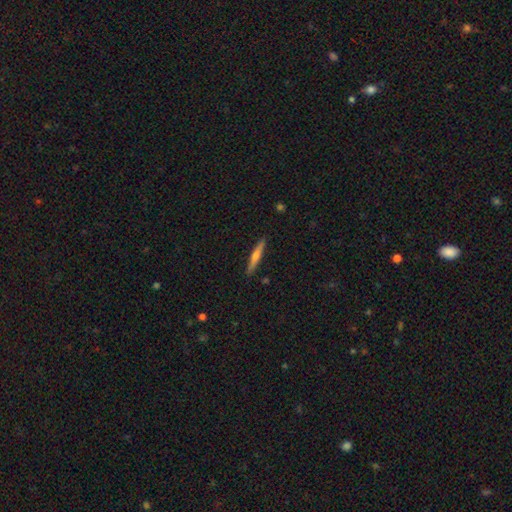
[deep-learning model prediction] A featured or disk galaxy (51%) viewed edge-on (97%). Merging: none (91%).